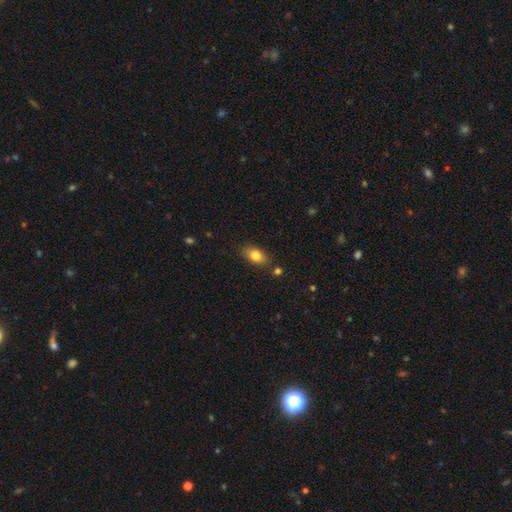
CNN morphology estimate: Overall: smooth (83%). How rounded: in between (83%). Merging: none (80%).